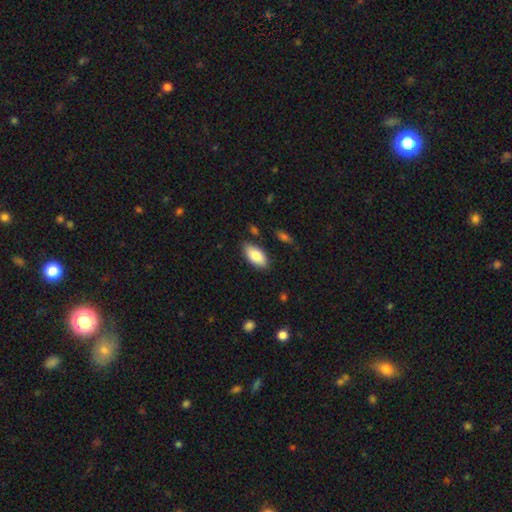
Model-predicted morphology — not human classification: Overall: smooth (84%). How rounded: in between (92%). Merging: none (83%).